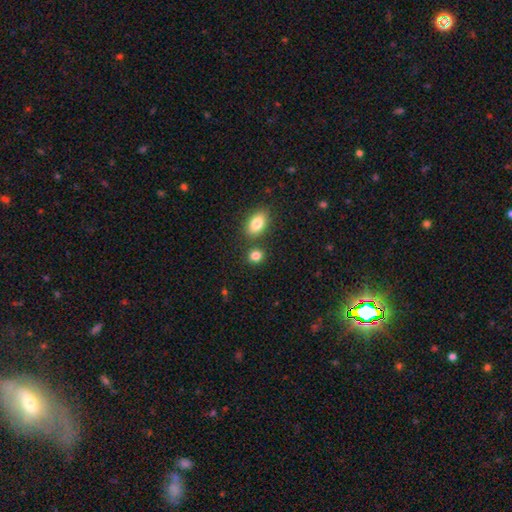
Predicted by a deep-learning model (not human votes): This is clearly a smooth galaxy (84%). How rounded: likely round (65%). Merging: likely none (74%).